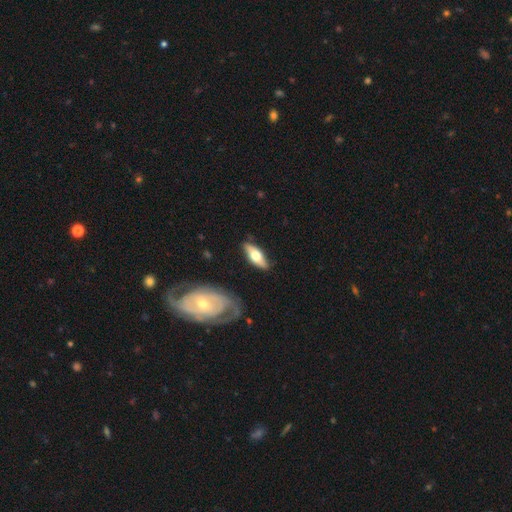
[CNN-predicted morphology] Smooth or featured? smooth (52%)
How rounded? in between (65%)
Merging? none (82%)